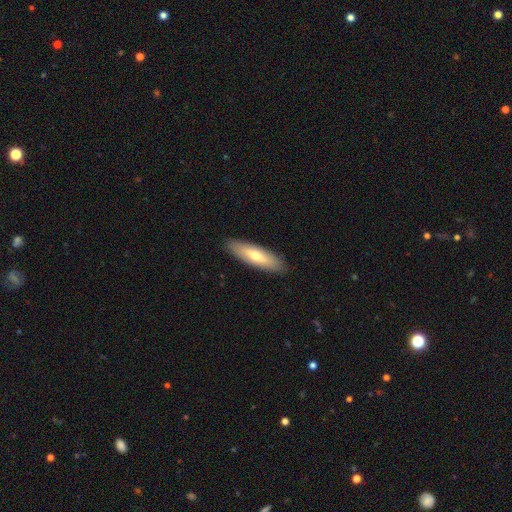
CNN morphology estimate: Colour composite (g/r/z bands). It shows a smooth galaxy with no disk features (62%) that is cigar-shaped (58%). Merging: none (89%).